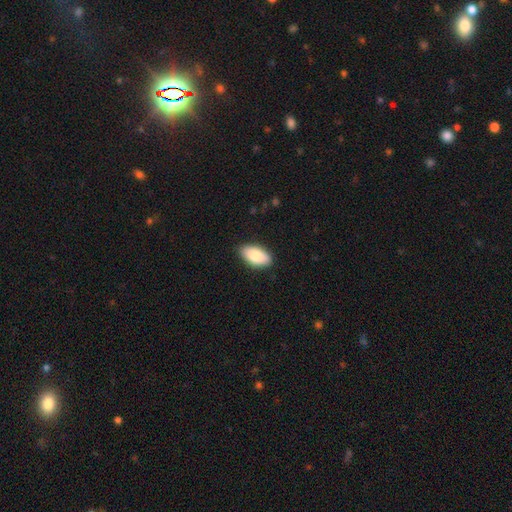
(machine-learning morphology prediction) smooth_or_featured: smooth (p=0.85) [alt: featured or disk p=0.09]
how_rounded: in between (p=0.94) [alt: cigar-shaped p=0.04]
merging: none (p=0.86) [alt: minor disturbance p=0.11]